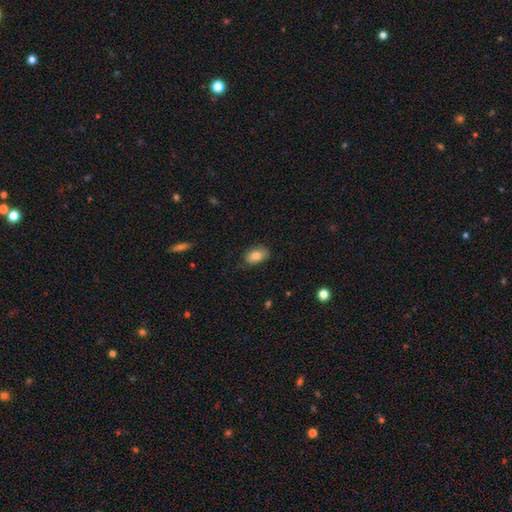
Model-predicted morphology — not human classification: smooth-or-featured: smooth: 81% | featured or disk: 11% | star or artifact: 8%
  how-rounded: in between: 90% | round: 8% | cigar-shaped: 2%
  merging: none: 74% | minor disturbance: 21% | major disturbance: 4% | merger: 1%